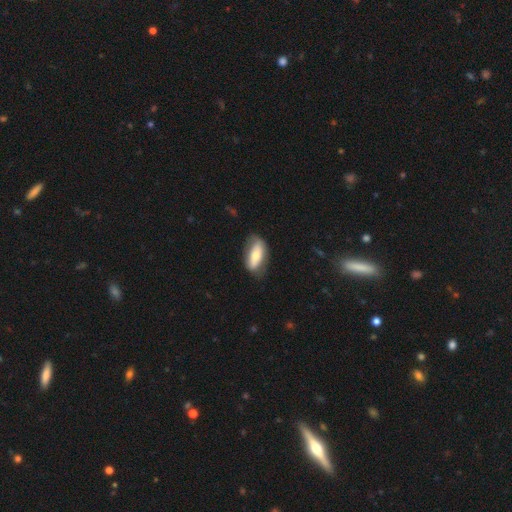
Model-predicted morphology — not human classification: This is likely a smooth galaxy (62%). How rounded: clearly in between (82%). Merging: likely none (68%).